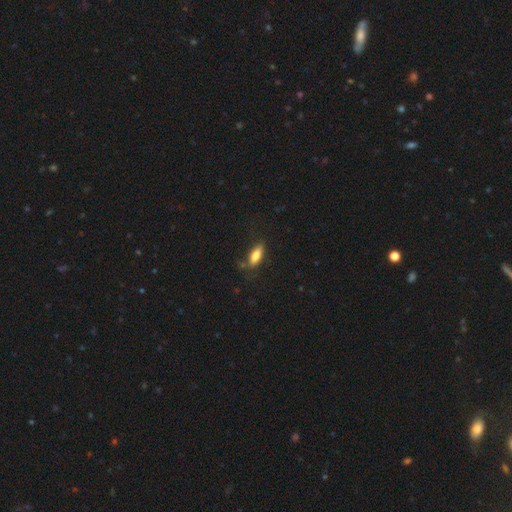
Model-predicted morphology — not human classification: A smooth galaxy with no disk features (80%) that is in between round and cigar-shaped (61%).

Vote fractions:
- Smooth or featured? smooth: 80% / featured or disk: 13% / star or artifact: 7%
- How rounded? in between: 61% / cigar-shaped: 37% / round: 2%
- Merging? none: 69% / minor disturbance: 22% / major disturbance: 7% / merger: 3%